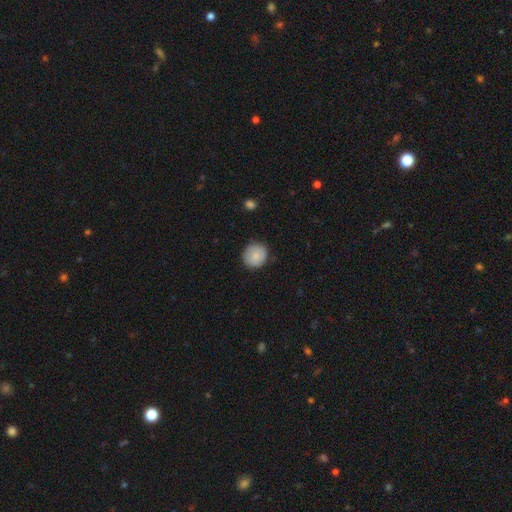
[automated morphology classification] A smooth galaxy with no disk features (84%) that is round (91%).

Vote fractions:
- Smooth or featured? smooth: 84% / featured or disk: 8% / star or artifact: 7%
- How rounded? round: 91% / in between: 8% / cigar-shaped: 1%
- Merging? none: 84% / minor disturbance: 12% / major disturbance: 2% / merger: 1%